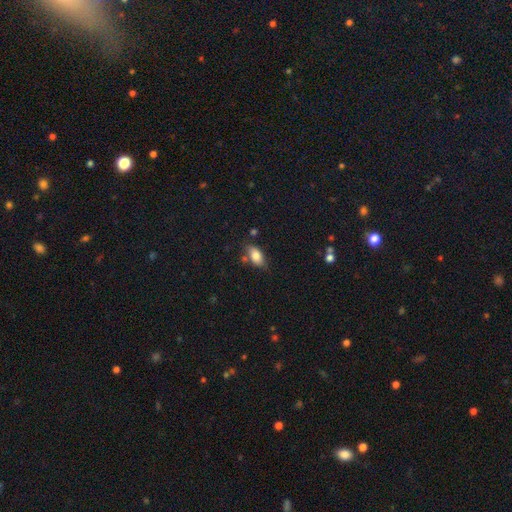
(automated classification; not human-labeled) Q: Smooth or featured?
A: smooth (81%); runner-up: featured or disk (11%)
Q: How rounded?
A: in between (90%); runner-up: cigar-shaped (5%)
Q: Merging?
A: none (69%); runner-up: minor disturbance (19%)